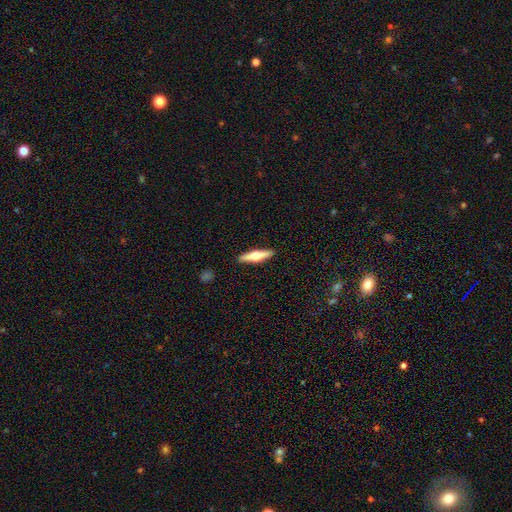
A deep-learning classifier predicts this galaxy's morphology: Q: Smooth or featured?
A: featured or disk (55%); runner-up: smooth (40%)
Q: Edge-on disk?
A: yes (95%); runner-up: no (5%)
Q: Edge-on bulge?
A: rounded (95%); runner-up: boxy (3%)
Q: Merging?
A: none (91%); runner-up: minor disturbance (6%)